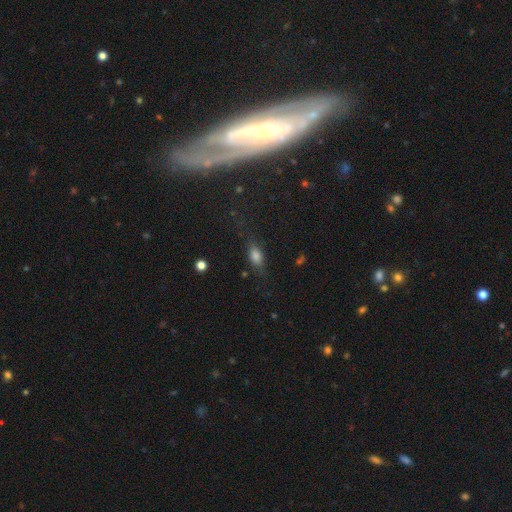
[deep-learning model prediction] A smooth galaxy with no disk features (75%) that is in between round and cigar-shaped (78%).

Vote fractions:
- Smooth or featured? smooth: 75% / featured or disk: 13% / star or artifact: 12%
- How rounded? in between: 78% / cigar-shaped: 13% / round: 9%
- Merging? none: 71% / minor disturbance: 19% / major disturbance: 8% / merger: 2%